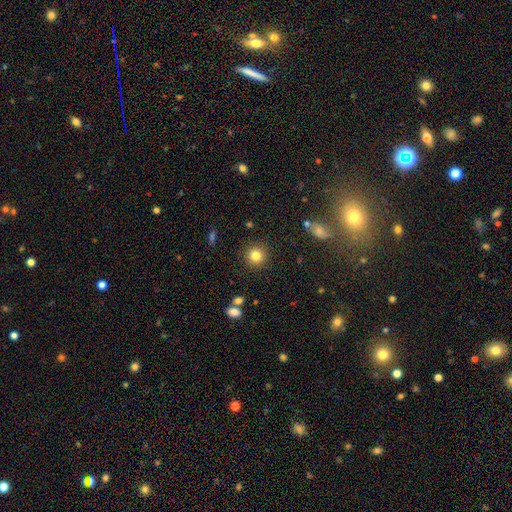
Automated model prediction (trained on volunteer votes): Q: Smooth or featured?
A: smooth (82%); runner-up: star or artifact (11%)
Q: How rounded?
A: round (93%); runner-up: in between (6%)
Q: Merging?
A: none (89%); runner-up: minor disturbance (6%)